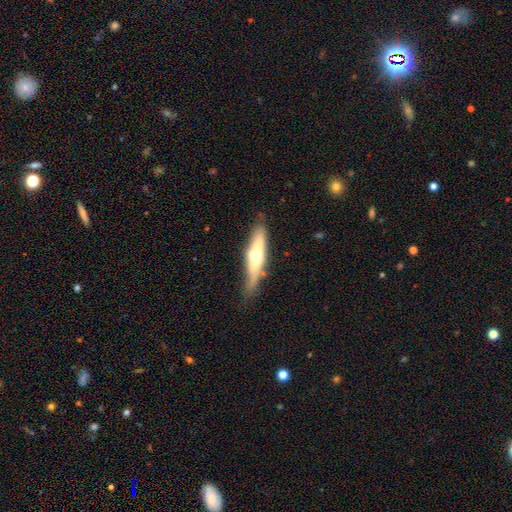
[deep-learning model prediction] Smooth or featured?
  - featured or disk: 51% *
  - smooth: 43%
  - star or artifact: 6%
Edge-on disk?
  - yes: 78% *
  - no: 22%
Merging?
  - none: 66% *
  - minor disturbance: 24%
  - major disturbance: 7%
  - merger: 4%